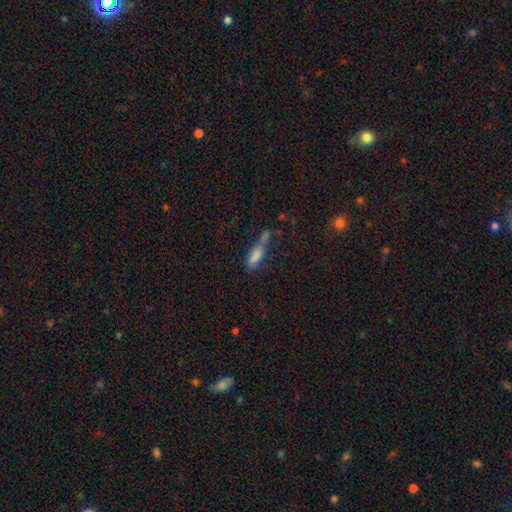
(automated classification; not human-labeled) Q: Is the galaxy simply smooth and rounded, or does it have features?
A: smooth — 75%.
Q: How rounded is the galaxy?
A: in between — 49%.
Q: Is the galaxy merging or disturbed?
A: merger — 41%.